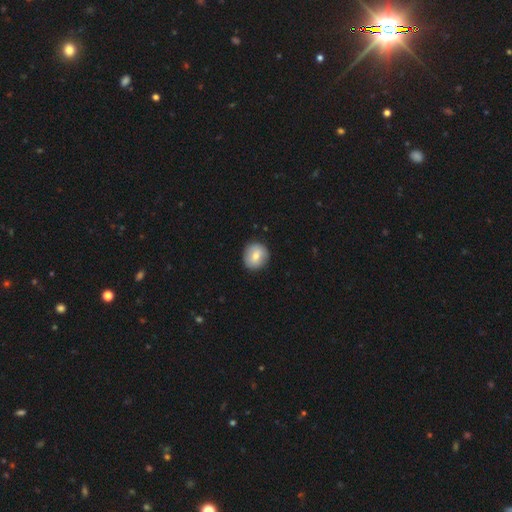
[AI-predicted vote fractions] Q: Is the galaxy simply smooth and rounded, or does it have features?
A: smooth — 75%.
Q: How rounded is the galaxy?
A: round — 88%.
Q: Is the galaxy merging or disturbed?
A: none — 88%.